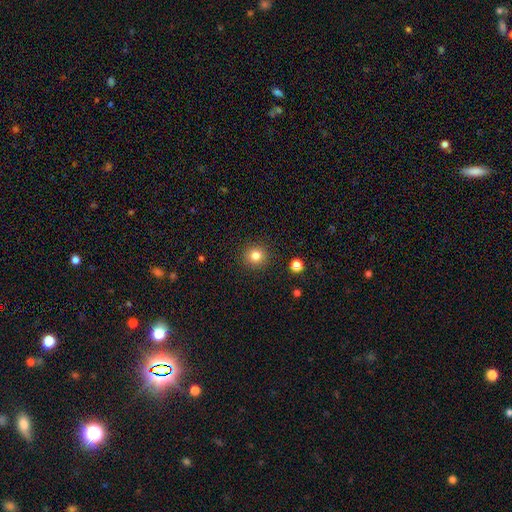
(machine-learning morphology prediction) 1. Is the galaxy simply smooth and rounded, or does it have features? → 82% smooth, 12% star or artifact, 6% featured or disk.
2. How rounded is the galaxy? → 93% round, 6% in between, 1% cigar-shaped.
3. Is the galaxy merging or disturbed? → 91% none, 5% minor disturbance, 2% major disturbance, 1% merger.